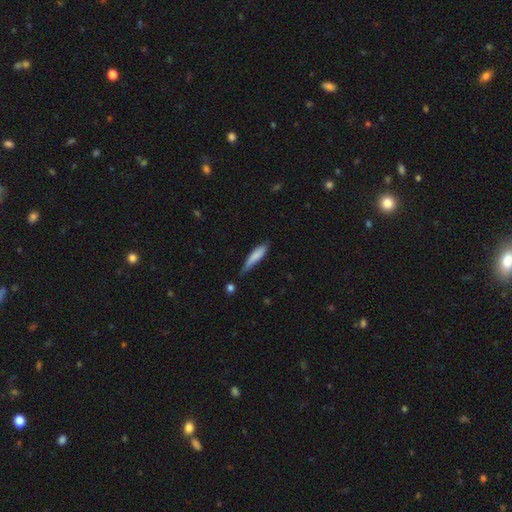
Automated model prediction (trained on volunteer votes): smooth 80%, featured or disk 14%, star or artifact 6%. Down the decision tree: how rounded — cigar-shaped (78%); merging — none (54%).